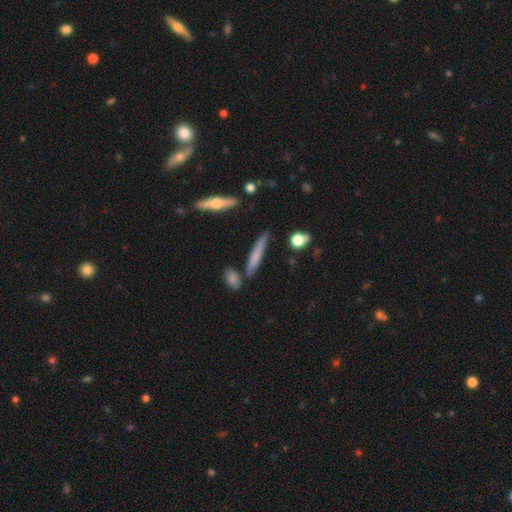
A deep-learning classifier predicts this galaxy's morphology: type=smooth (59%); roundness=cigar-shaped (89%); merging=none (76%).